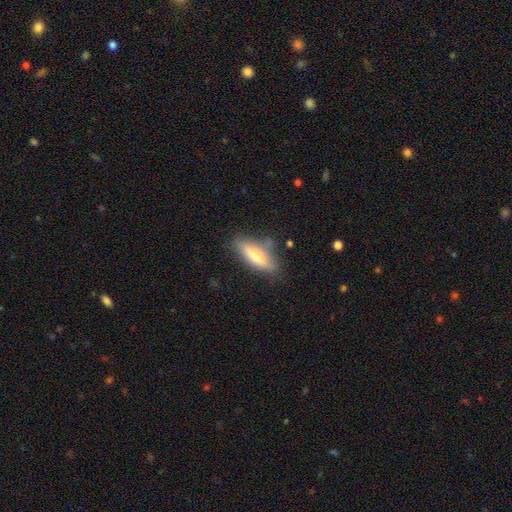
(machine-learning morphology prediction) smooth_or_featured: smooth (p=0.58) [alt: featured or disk p=0.35]
how_rounded: cigar-shaped (p=0.58) [alt: in between p=0.40]
merging: none (p=0.74) [alt: minor disturbance p=0.18]